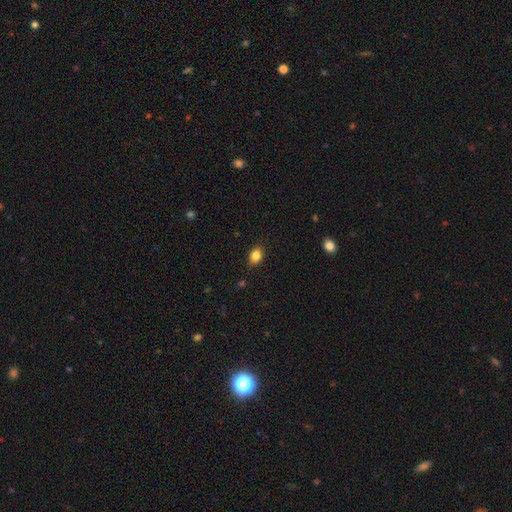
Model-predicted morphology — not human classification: type=smooth (83%); roundness=in between (64%); merging=none (84%).